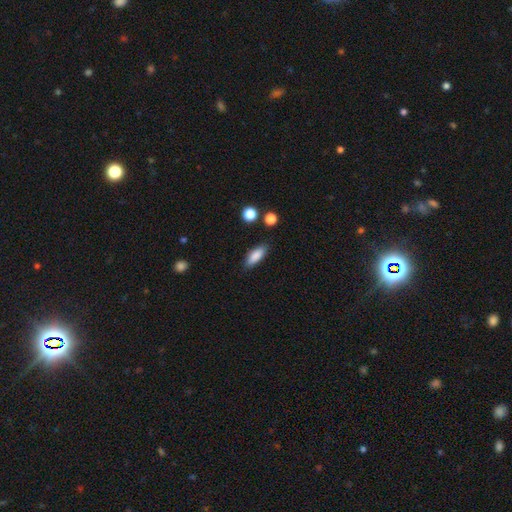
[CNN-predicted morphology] Smooth or featured: smooth — 85% (featured or disk — 8%)
How rounded: in between — 68% (cigar-shaped — 30%)
Merging: none — 83% (minor disturbance — 12%)